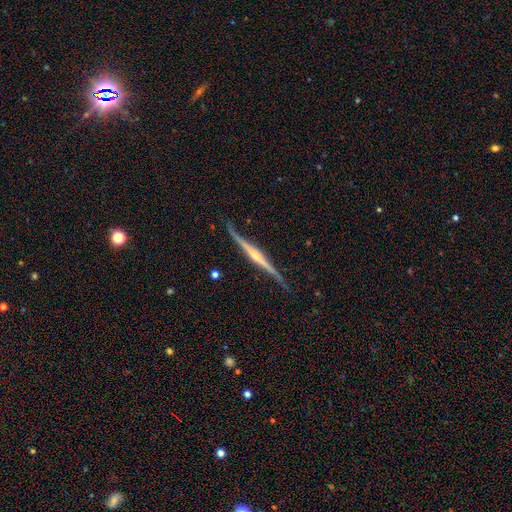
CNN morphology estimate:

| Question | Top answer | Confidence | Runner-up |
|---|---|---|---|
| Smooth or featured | featured or disk | 86% | smooth (10%) |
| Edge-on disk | yes | 97% | no (3%) |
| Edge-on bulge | rounded | 78% | none (15%) |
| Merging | none | 81% | minor disturbance (15%) |